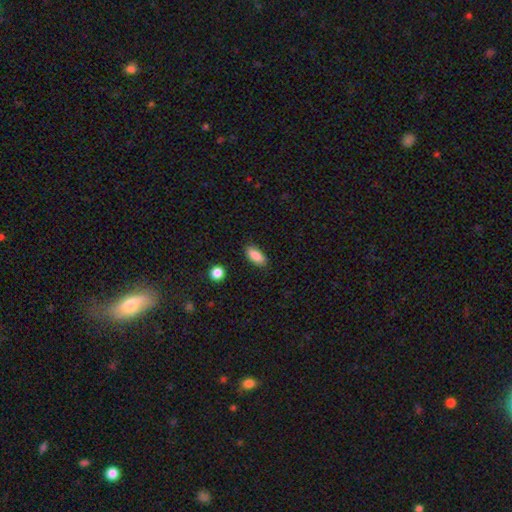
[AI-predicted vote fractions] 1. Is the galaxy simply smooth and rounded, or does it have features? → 87% smooth, 8% star or artifact, 5% featured or disk.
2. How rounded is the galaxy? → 84% in between, 13% cigar-shaped, 3% round.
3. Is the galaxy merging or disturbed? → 86% none, 10% minor disturbance, 2% major disturbance, 1% merger.